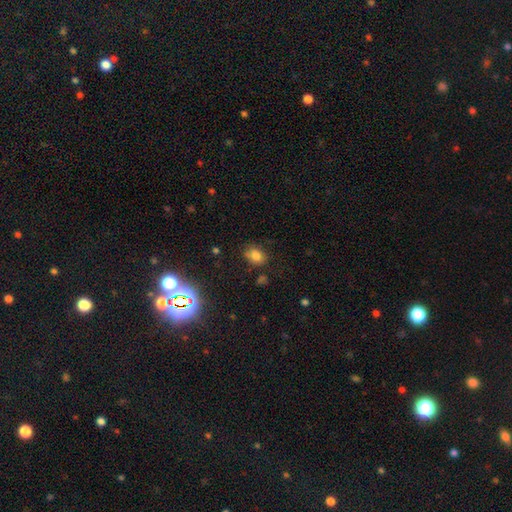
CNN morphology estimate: A smooth galaxy with no disk features (76%) that is in between round and cigar-shaped (64%).

Vote fractions:
- Smooth or featured? smooth: 76% / star or artifact: 15% / featured or disk: 9%
- How rounded? in between: 64% / round: 35% / cigar-shaped: 1%
- Merging? none: 69% / minor disturbance: 20% / major disturbance: 6% / merger: 5%